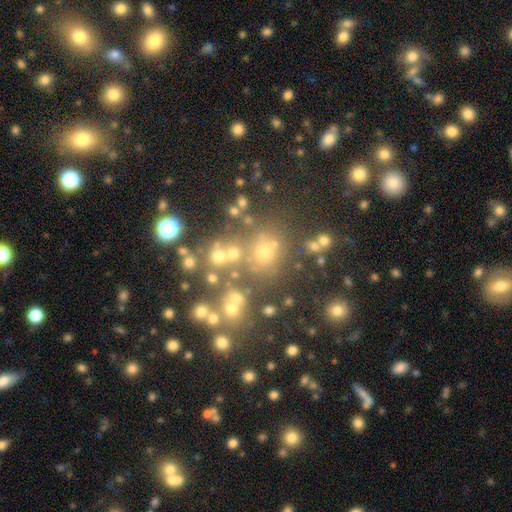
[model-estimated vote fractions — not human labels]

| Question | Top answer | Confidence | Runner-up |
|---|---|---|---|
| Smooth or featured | star or artifact | 54% | smooth (31%) |